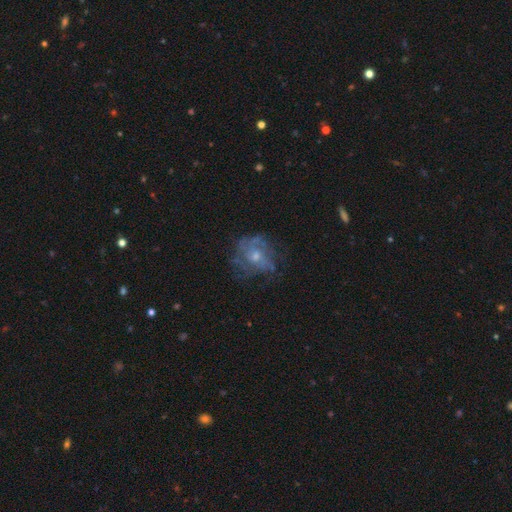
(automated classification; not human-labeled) Overall: featured or disk (65%). Edge-on disk: no (97%). Bar: no (79%). Spiral arms: yes (69%; no 31%). Bulge size: moderate (52%; small 41%). Merging: none (63%).